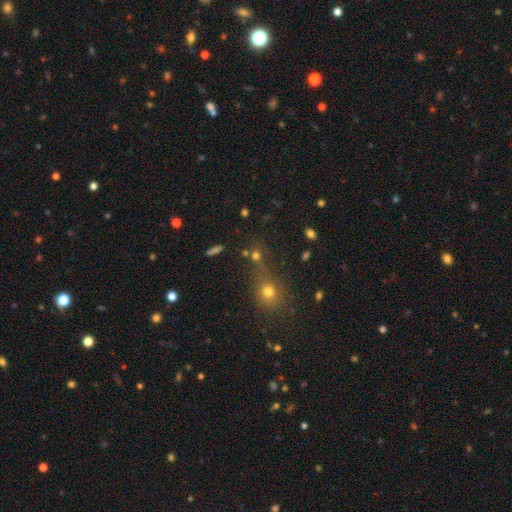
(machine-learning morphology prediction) smooth_or_featured: smooth (p=0.67) [alt: star or artifact p=0.23]
how_rounded: round (p=0.82) [alt: in between p=0.15]
merging: none (p=0.55) [alt: merger p=0.31]